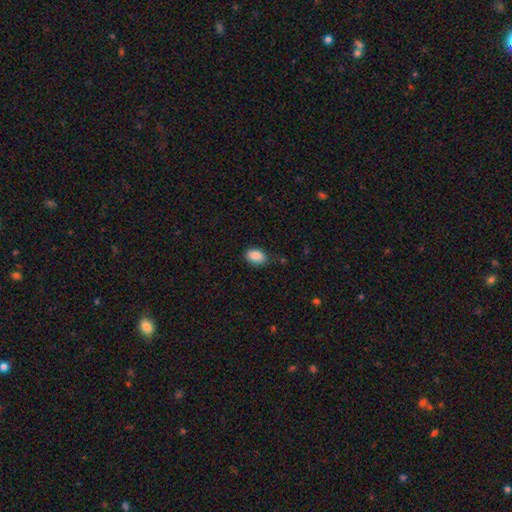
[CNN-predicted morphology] The model was most divided on "merging": none: 77%, minor disturbance: 19%, major disturbance: 3%, merger: 2%. More confident: smooth or featured — smooth (88%); how rounded — in between (88%).